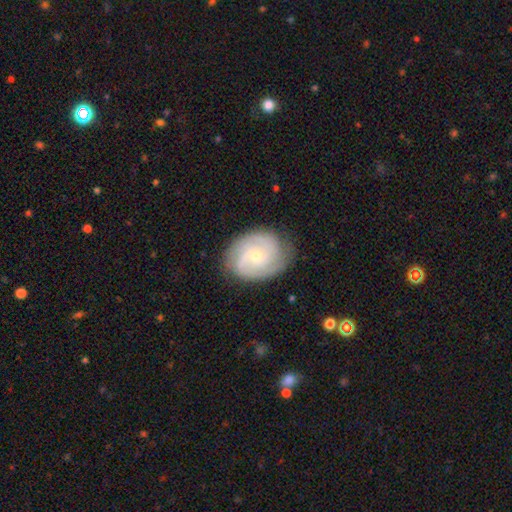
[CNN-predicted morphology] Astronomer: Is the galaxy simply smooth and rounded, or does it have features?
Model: featured or disk — 81%.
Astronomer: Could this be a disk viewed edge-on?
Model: no — 97%.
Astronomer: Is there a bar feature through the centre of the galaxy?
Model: no — 66%.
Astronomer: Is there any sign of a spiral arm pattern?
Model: yes — 95%.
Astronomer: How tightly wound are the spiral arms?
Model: tight — 53% (runner-up: medium, 37%).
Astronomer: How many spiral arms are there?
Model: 2 — 37% (runner-up: 3, 30%).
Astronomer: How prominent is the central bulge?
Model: small — 67%.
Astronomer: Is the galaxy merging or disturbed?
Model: none — 80%.